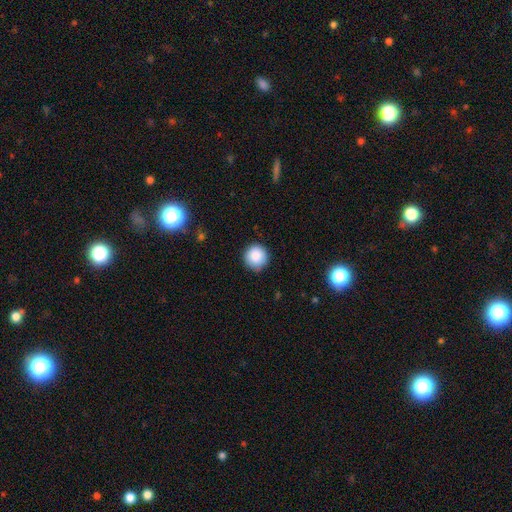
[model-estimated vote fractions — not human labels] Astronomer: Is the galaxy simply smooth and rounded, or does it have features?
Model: smooth — 87%.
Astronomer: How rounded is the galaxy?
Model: round — 96%.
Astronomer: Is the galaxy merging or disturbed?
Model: none — 88%.